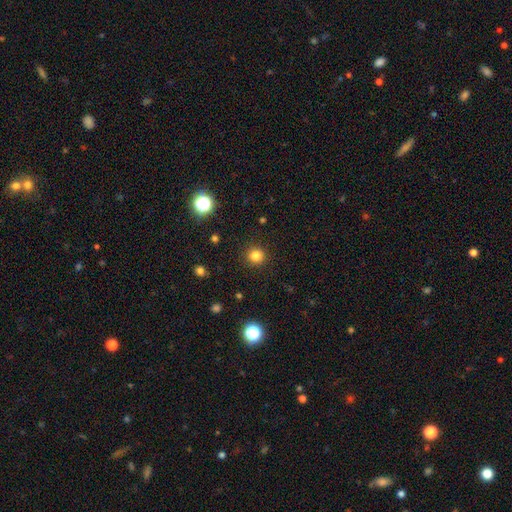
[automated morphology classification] This is clearly a smooth galaxy (81%). How rounded: clearly round (94%). Merging: clearly none (92%).